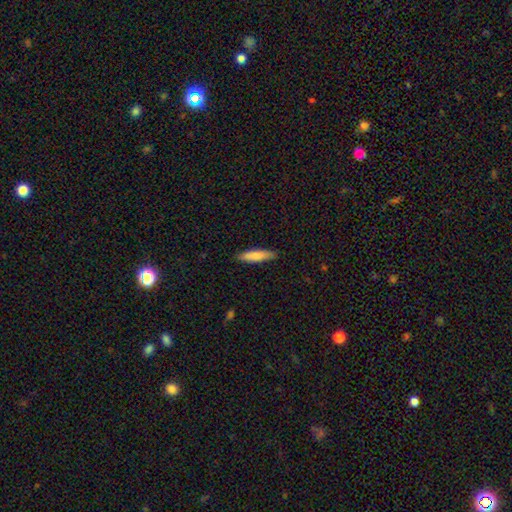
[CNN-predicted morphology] Smooth or featured?
  - smooth: 79% *
  - featured or disk: 16%
  - star or artifact: 5%
How rounded?
  - cigar-shaped: 79% *
  - in between: 20%
  - round: 1%
Merging?
  - none: 88% *
  - minor disturbance: 9%
  - major disturbance: 2%
  - merger: 1%